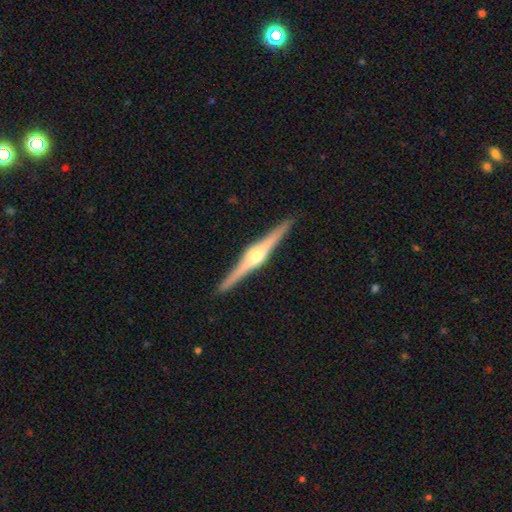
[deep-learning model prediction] Smooth or featured? featured or disk (85%)
Edge-on disk? yes (99%)
Edge-on bulge? rounded (90%)
Merging? none (93%)